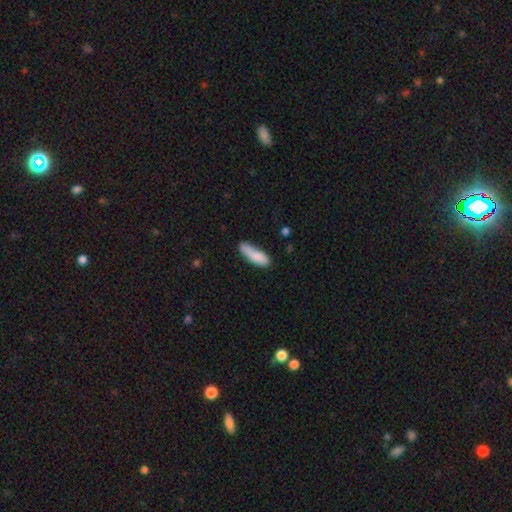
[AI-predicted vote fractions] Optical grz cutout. It shows a smooth galaxy with no disk features (84%) that is in between round and cigar-shaped (50%). Merging: none (56%).